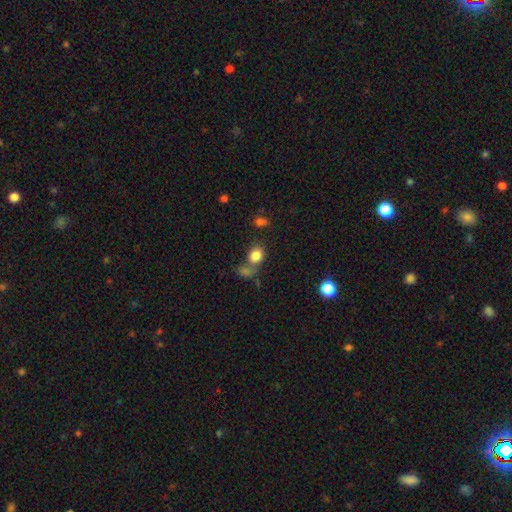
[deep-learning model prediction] This is clearly a smooth galaxy (82%). How rounded: possibly in between (52%). Merging: possibly none (49%).